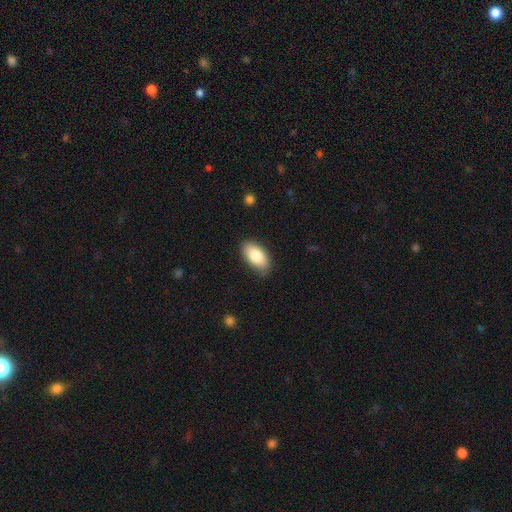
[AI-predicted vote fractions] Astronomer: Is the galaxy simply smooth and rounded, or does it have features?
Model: smooth — 83%.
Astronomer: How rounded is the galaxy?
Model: in between — 94%.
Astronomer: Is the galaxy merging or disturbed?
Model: none — 81%.